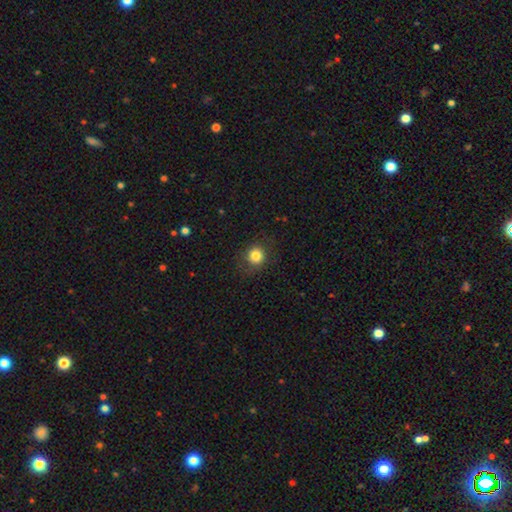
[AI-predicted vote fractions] Smooth or featured? smooth (83%)
How rounded? round (86%)
Merging? none (83%)